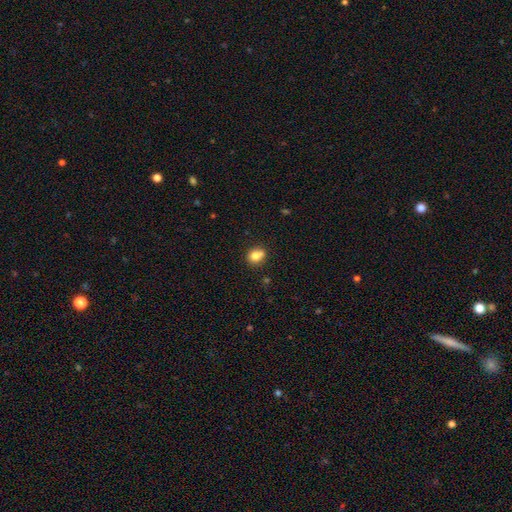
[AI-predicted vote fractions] Q: Smooth or featured?
A: smooth (78%); runner-up: featured or disk (11%)
Q: How rounded?
A: round (63%); runner-up: in between (36%)
Q: Merging?
A: none (62%); runner-up: minor disturbance (18%)